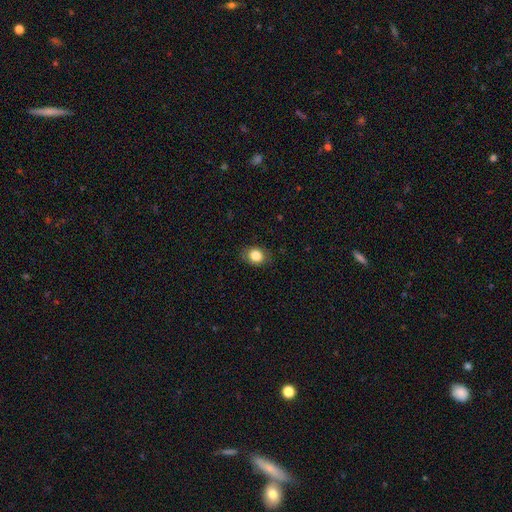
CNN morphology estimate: A smooth galaxy with no disk features (83%) that is round (53%).

Vote fractions:
- Smooth or featured? smooth: 83% / star or artifact: 9% / featured or disk: 7%
- How rounded? round: 53% / in between: 46% / cigar-shaped: 1%
- Merging? none: 84% / minor disturbance: 12% / major disturbance: 3% / merger: 1%